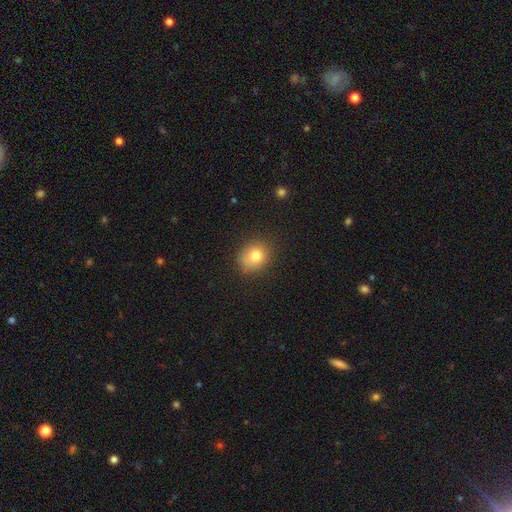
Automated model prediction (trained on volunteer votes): Smooth or featured? Predicted: smooth (p=0.79). How rounded? Predicted: round (p=0.65). Merging? Predicted: none (p=0.78).